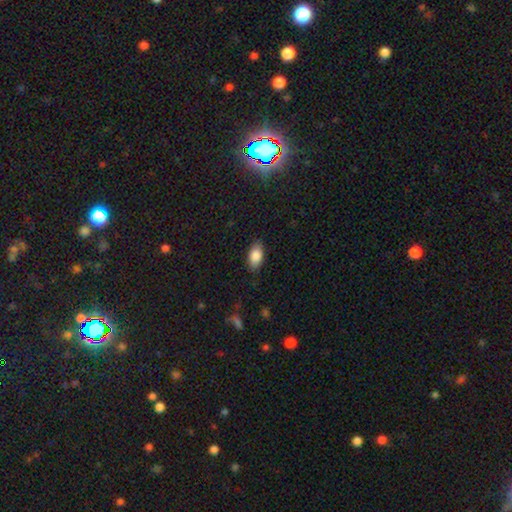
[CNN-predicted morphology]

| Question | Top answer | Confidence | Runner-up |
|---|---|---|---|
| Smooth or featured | smooth | 86% | star or artifact (7%) |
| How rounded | in between | 92% | round (4%) |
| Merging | none | 85% | minor disturbance (11%) |